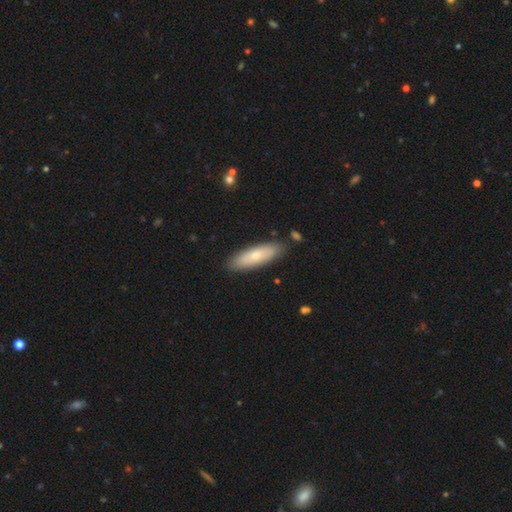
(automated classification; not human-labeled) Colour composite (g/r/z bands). It shows a smooth galaxy with no disk features (66%) that is cigar-shaped (50%). Merging: none (87%).